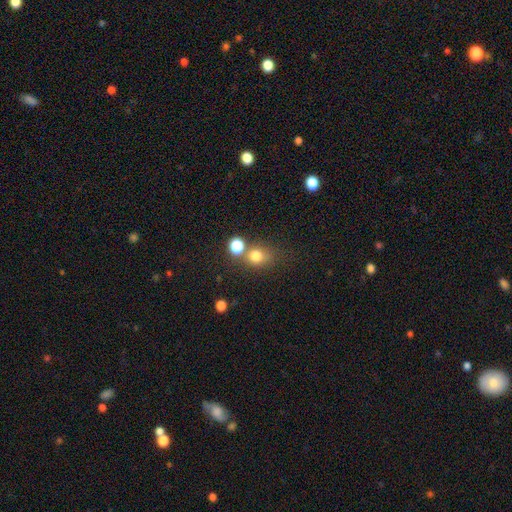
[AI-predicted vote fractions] smooth 76%, star or artifact 16%, featured or disk 8%. Down the decision tree: how rounded — round (71%); merging — none (56%).